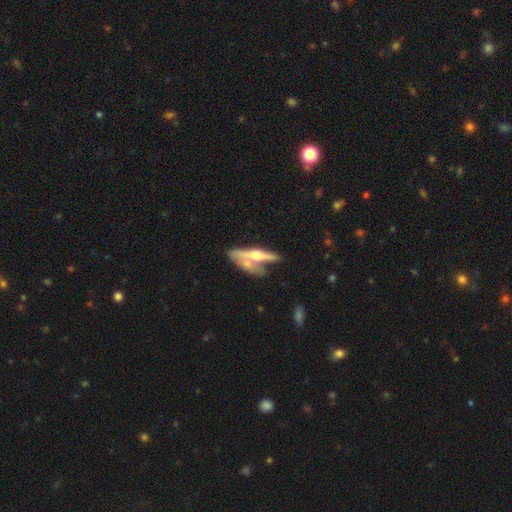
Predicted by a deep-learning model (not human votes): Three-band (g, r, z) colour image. It shows a featured or disk galaxy (59%) viewed edge-on (85%). Merging: none (40%).